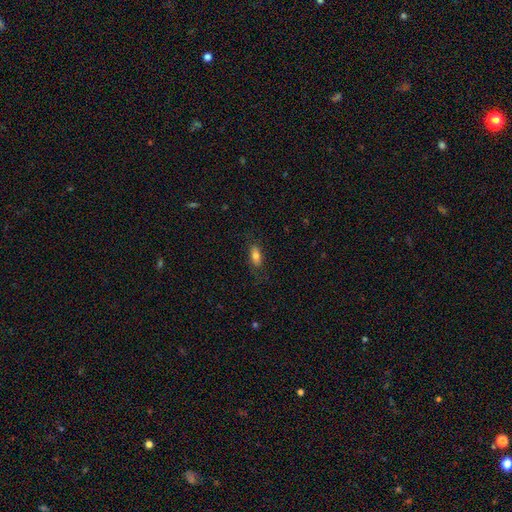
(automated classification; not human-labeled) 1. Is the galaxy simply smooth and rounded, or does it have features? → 78% smooth, 15% featured or disk, 8% star or artifact.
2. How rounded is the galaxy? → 83% in between, 13% cigar-shaped, 3% round.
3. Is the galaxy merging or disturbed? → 78% none, 16% minor disturbance, 5% major disturbance, 1% merger.